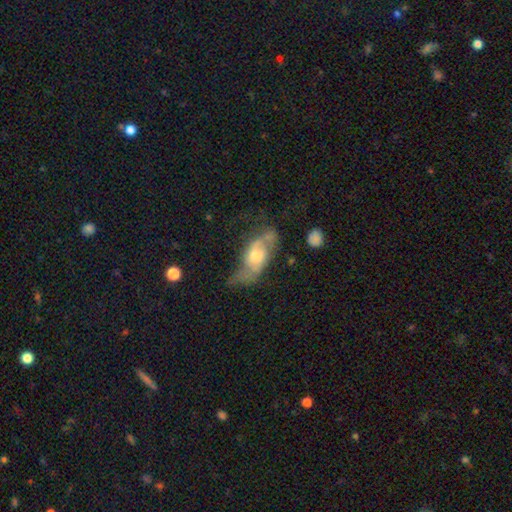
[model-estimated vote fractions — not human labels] Morphology: type=featured or disk (60%); edge-on=no (80%); merging=none (40%).